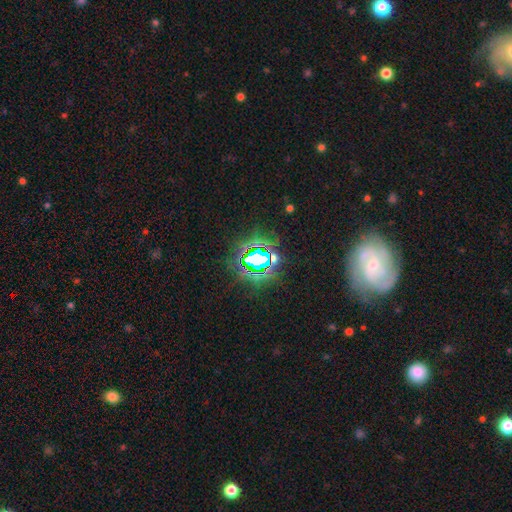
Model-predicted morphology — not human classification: Overall: star or artifact (77%).